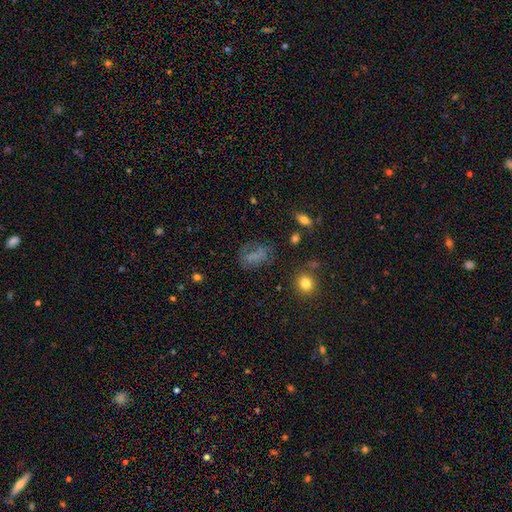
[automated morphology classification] Overall: smooth (53%; featured or disk 24%). How rounded: in between (74%). Merging: none (51%; major disturbance 23%).